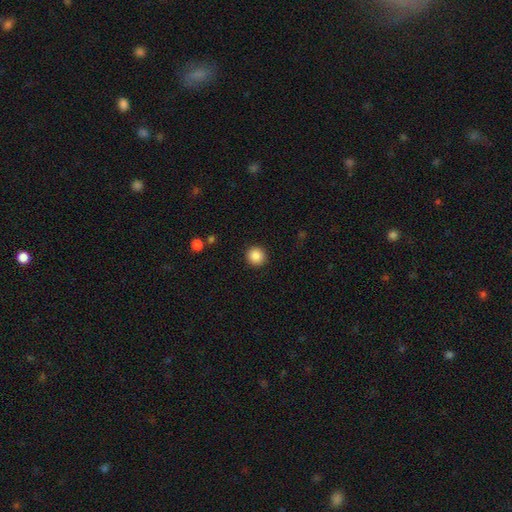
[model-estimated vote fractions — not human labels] The model was most divided on "smooth or featured": smooth: 87%, star or artifact: 9%, featured or disk: 4%. More confident: how rounded — round (93%); merging — none (92%).